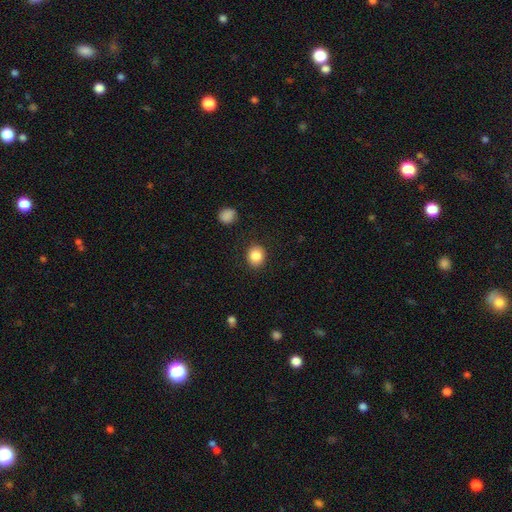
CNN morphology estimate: Smooth or featured? smooth (86%)
How rounded? round (72%)
Merging? none (88%)